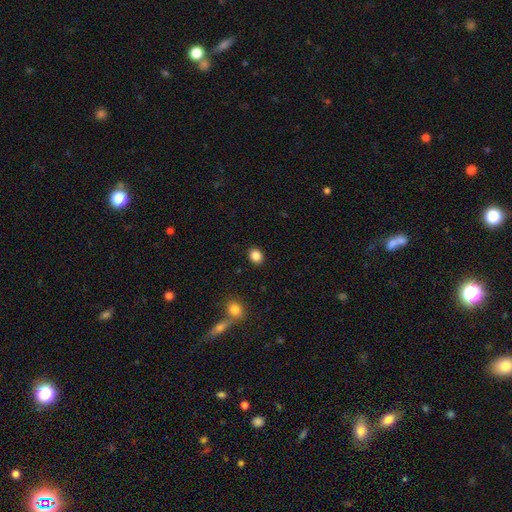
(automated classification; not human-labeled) smooth-or-featured: smooth: 86% | star or artifact: 10% | featured or disk: 4%
  how-rounded: round: 57% | in between: 42% | cigar-shaped: 1%
  merging: none: 89% | minor disturbance: 7% | major disturbance: 2% | merger: 2%